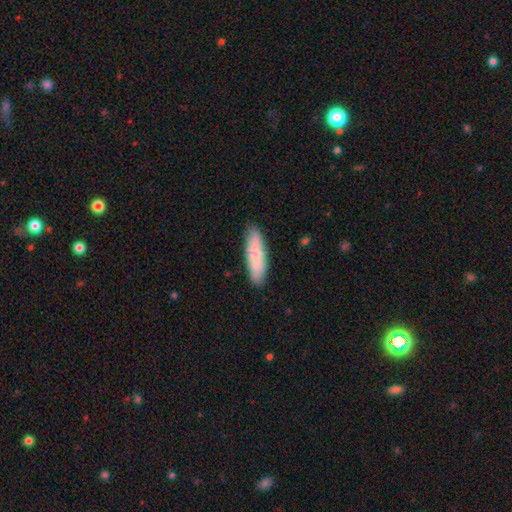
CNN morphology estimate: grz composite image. It shows a smooth galaxy with no disk features (79%) that is cigar-shaped (65%). Merging: none (88%).